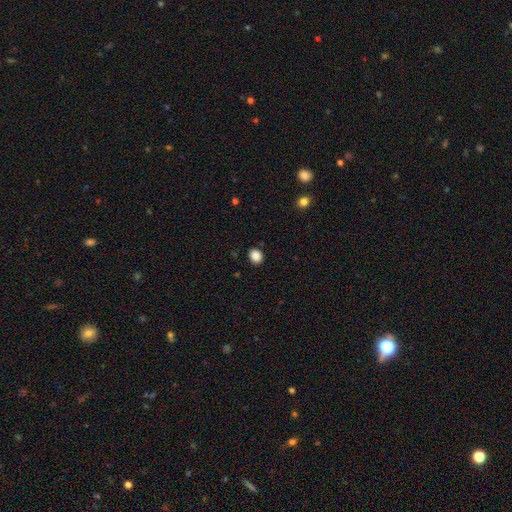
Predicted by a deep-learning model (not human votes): Smooth or featured: smooth — 87% (star or artifact — 10%)
How rounded: round — 71% (in between — 28%)
Merging: none — 89% (minor disturbance — 7%)